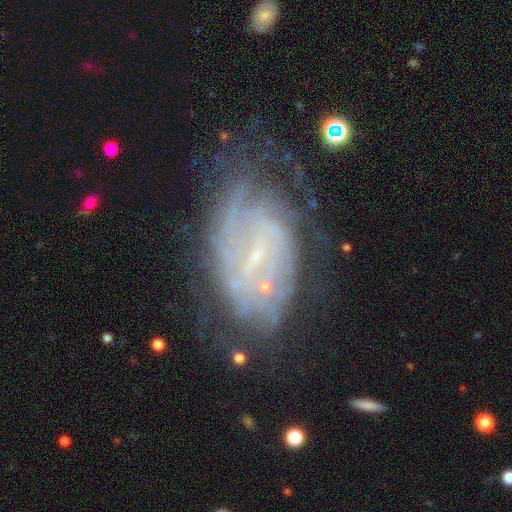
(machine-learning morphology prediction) The model was most divided on "bar": weak: 49%, no: 29%, strong: 22%. Remaining: edge-on disk — no (96%); spiral arms — yes (86%); smooth or featured — featured or disk (80%); bulge size — small (72%); spiral winding — tight (59%); merging — none (56%); spiral arm count — can't tell (49%).